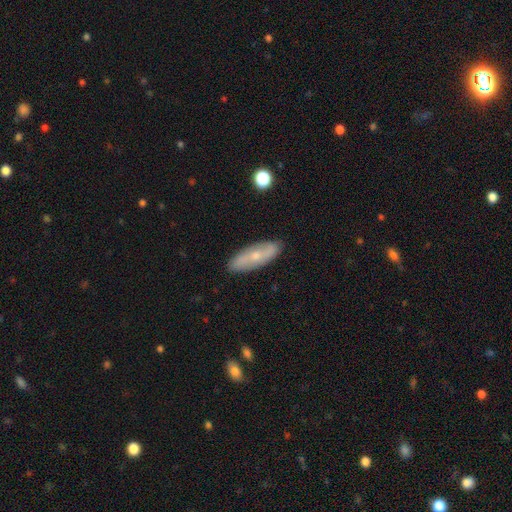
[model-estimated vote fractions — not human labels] Morphology: type=featured or disk (49%); merging=none (87%).